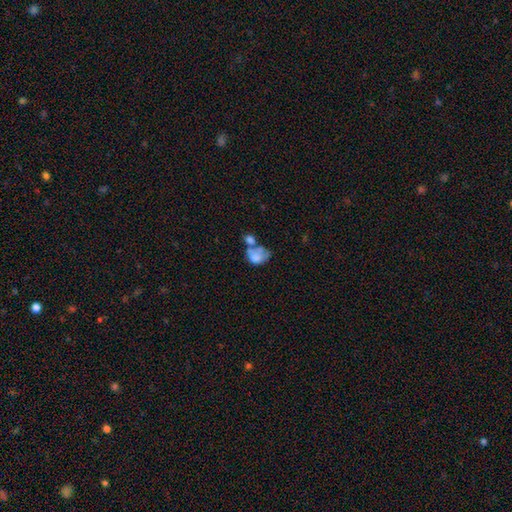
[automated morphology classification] Smooth or featured? smooth (62%)
How rounded? in between (72%)
Merging? merger (49%)